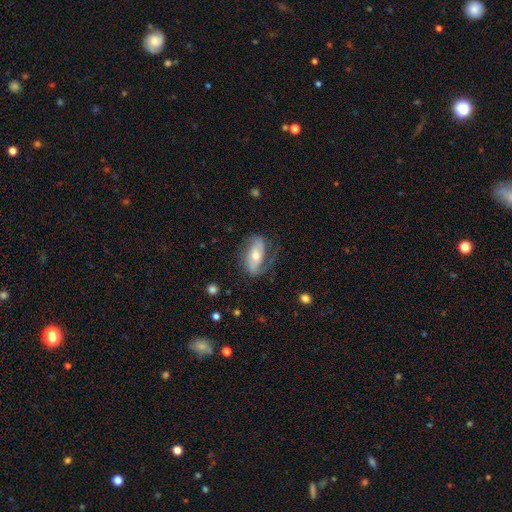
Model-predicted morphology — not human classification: This is possibly a featured or disk galaxy (59%). It is clearly not viewed edge-on (88%). Bar: possibly no (46%). Spiral arm pattern: likely yes (74%). Central bulge: likely moderate (61%). Merging: possibly none (58%).